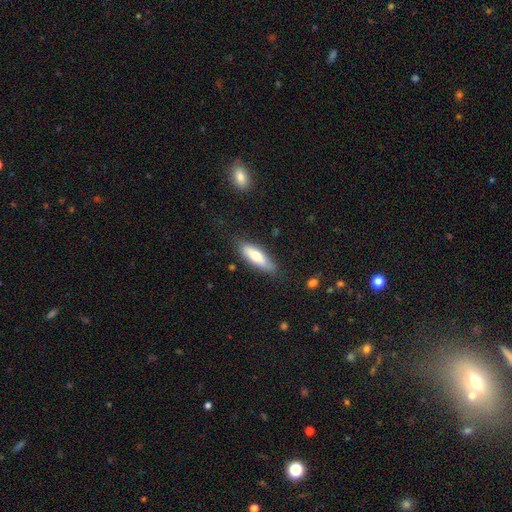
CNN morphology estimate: This is likely a smooth galaxy (67%). How rounded: possibly in between (50%). Merging: likely none (80%).